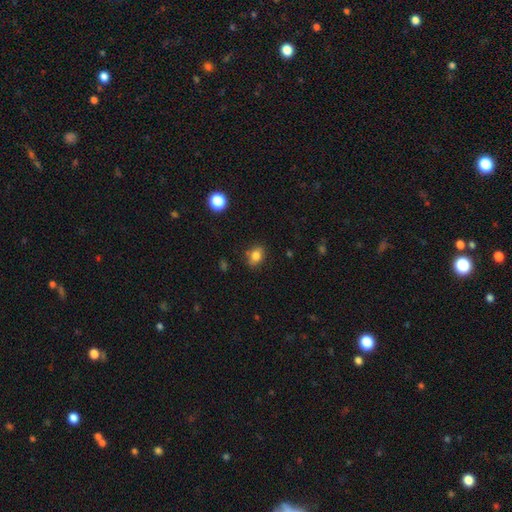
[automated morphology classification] Smooth or featured? Predicted: smooth (p=0.81). How rounded? Predicted: in between (p=0.64). Merging? Predicted: none (p=0.80).